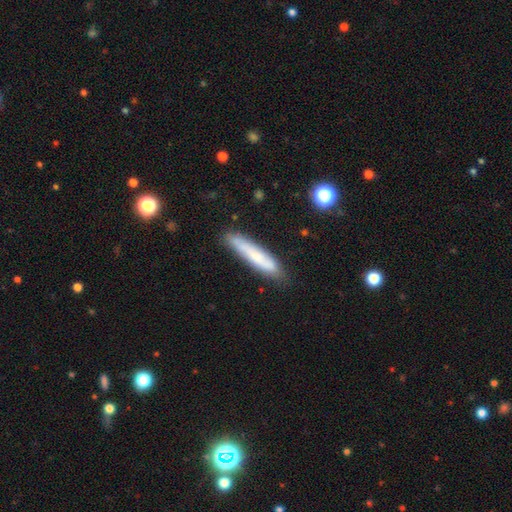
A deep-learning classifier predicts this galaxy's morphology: smooth_or_featured: smooth (p=0.61) [alt: featured or disk p=0.32]
how_rounded: cigar-shaped (p=0.89) [alt: in between p=0.10]
merging: none (p=0.81) [alt: minor disturbance p=0.15]